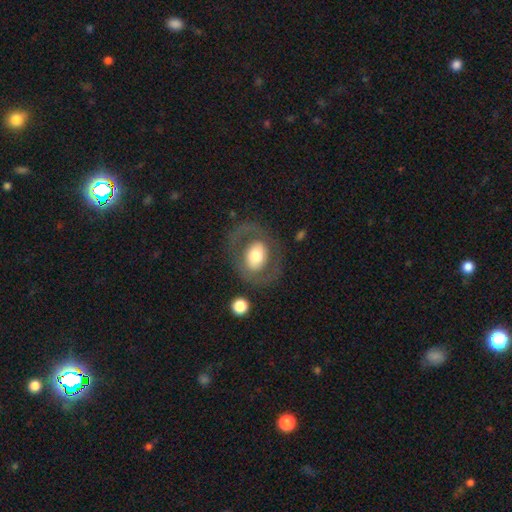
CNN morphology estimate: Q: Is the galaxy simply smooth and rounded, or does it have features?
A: featured or disk — 49%.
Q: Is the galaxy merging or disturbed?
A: none — 73%.